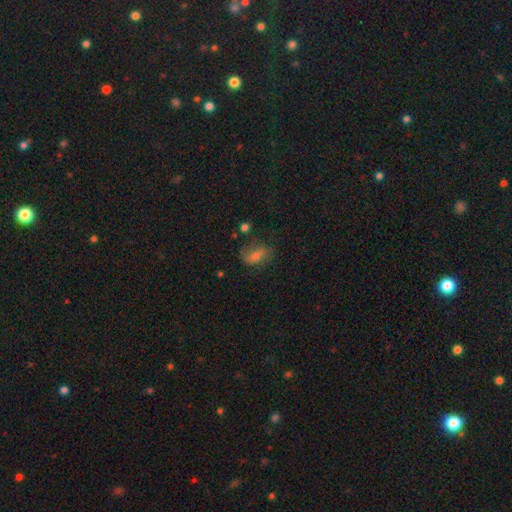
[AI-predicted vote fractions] Smooth or featured: smooth — 47% (featured or disk — 37%)
Merging: none — 66% (minor disturbance — 21%)